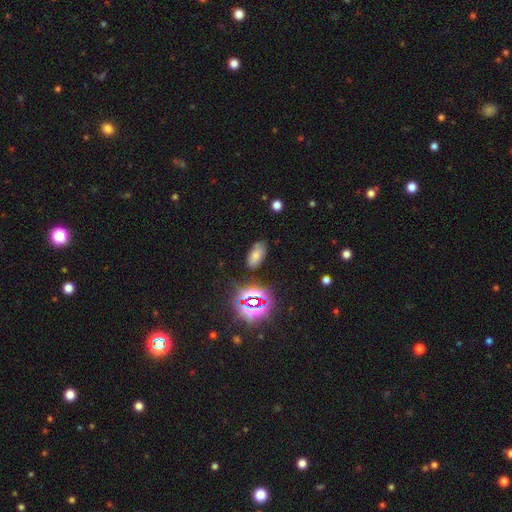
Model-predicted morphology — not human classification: This is likely a smooth galaxy (66%). How rounded: clearly in between (92%). Merging: likely none (80%).